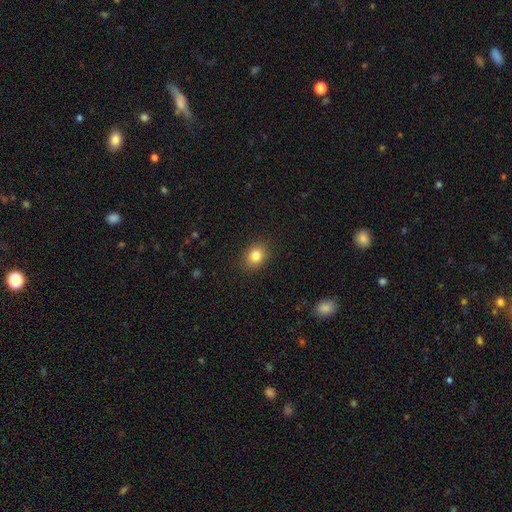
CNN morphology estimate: The model was most divided on "how rounded": in between: 56%, round: 43%, cigar-shaped: 1%. More confident: merging — none (88%); smooth or featured — smooth (83%).